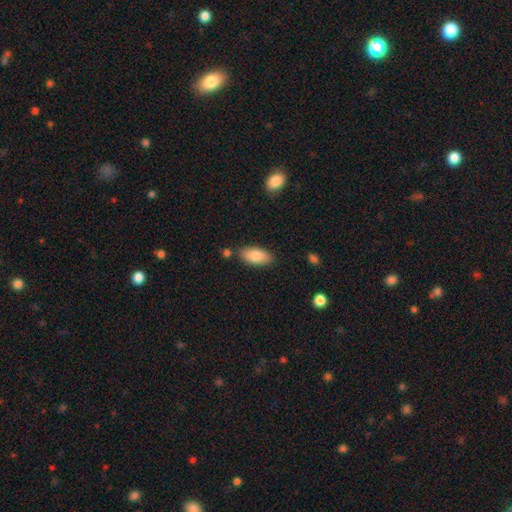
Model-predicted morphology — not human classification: The model was most divided on "merging": none: 82%, minor disturbance: 12%, merger: 4%, major disturbance: 2%. More confident: how rounded — in between (91%); smooth or featured — smooth (84%).